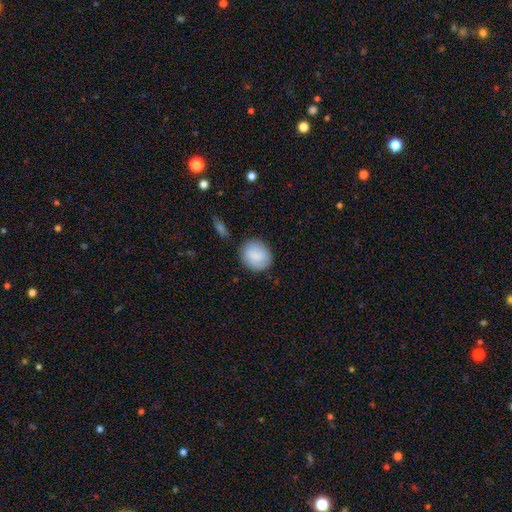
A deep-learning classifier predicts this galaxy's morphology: Overall: smooth (79%). How rounded: round (75%). Merging: none (78%).